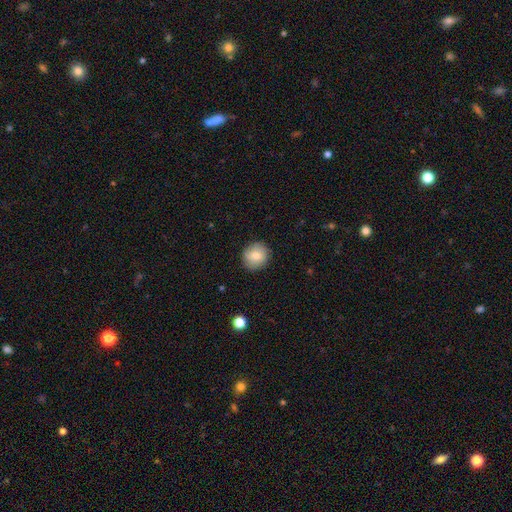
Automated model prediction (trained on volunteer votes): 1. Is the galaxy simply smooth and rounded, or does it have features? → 78% smooth, 14% featured or disk, 8% star or artifact.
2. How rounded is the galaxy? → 87% round, 12% in between, 1% cigar-shaped.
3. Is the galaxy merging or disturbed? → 87% none, 10% minor disturbance, 2% major disturbance, 1% merger.